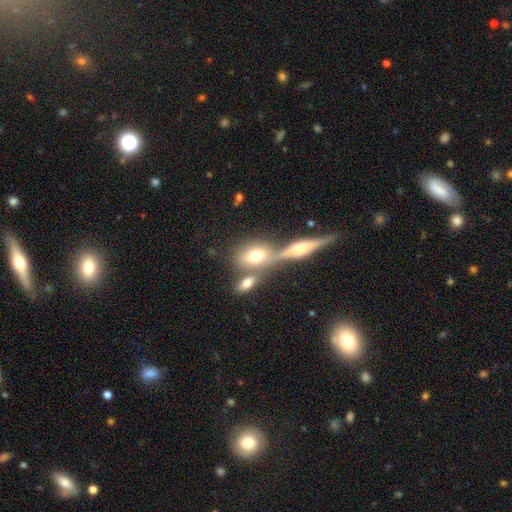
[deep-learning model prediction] smooth_or_featured: smooth (p=0.67) [alt: featured or disk p=0.23]
how_rounded: in between (p=0.68) [alt: round p=0.26]
merging: merger (p=0.45) [alt: none p=0.40]